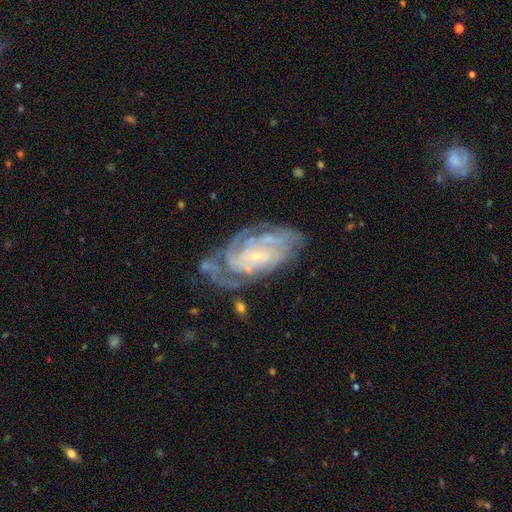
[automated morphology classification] The model was most divided on "spiral arm count": can't tell: 37%, 3: 18%, 2: 17%, 4: 16%, more than 4: 7%, 1: 6%. More confident: edge-on disk — no (96%); spiral arms — yes (94%); smooth or featured — featured or disk (85%); bulge size — small (82%); spiral winding — tight (69%); bar — no (58%); merging — none (52%).